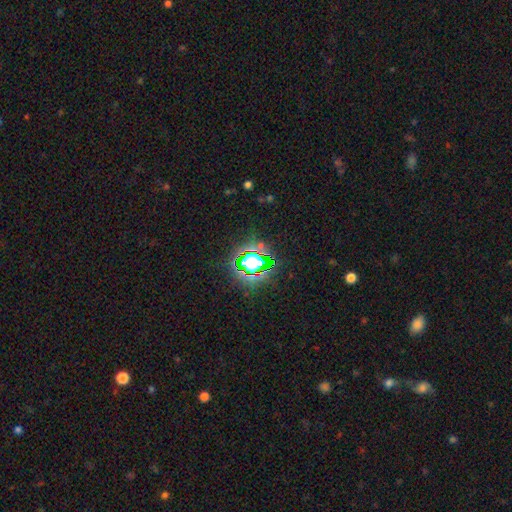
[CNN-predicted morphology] Overall: star or artifact (77%).